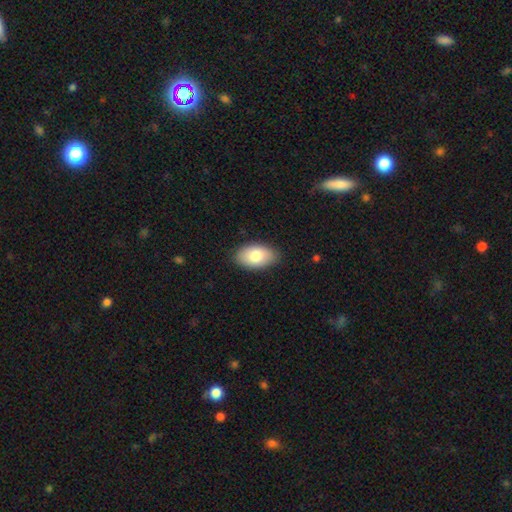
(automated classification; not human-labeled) The model was most divided on "smooth or featured": smooth: 81%, featured or disk: 13%, star or artifact: 6%. More confident: how rounded — in between (94%); merging — none (86%).